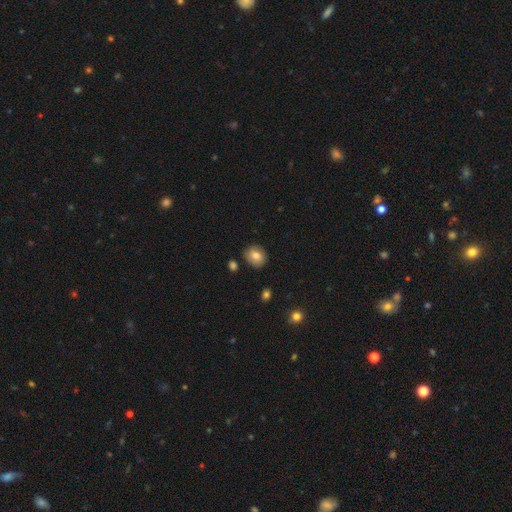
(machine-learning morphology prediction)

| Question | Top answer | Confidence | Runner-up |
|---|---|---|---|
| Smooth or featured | smooth | 78% | featured or disk (13%) |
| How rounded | round | 72% | in between (28%) |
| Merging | none | 85% | minor disturbance (10%) |